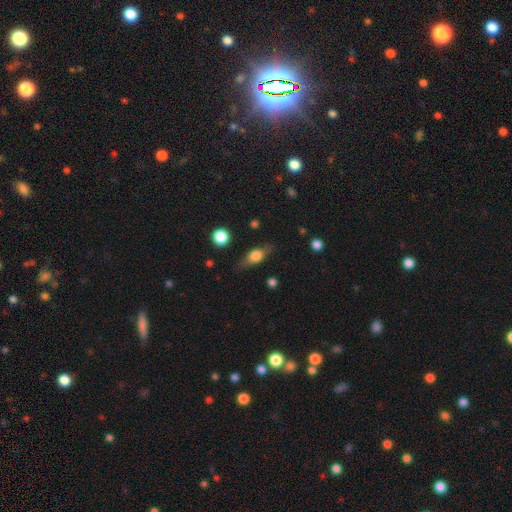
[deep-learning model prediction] Smooth or featured: smooth — 63% (featured or disk — 29%)
How rounded: in between — 66% (cigar-shaped — 22%)
Merging: none — 72% (minor disturbance — 20%)